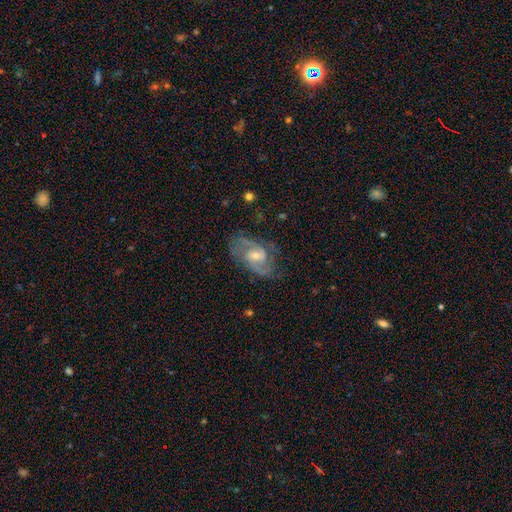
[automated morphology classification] Smooth or featured? featured or disk (81%)
Edge-on disk? no (96%)
Bar? no (45%, tied with weak)
Spiral arms? yes (93%)
Spiral winding? medium (50%)
Spiral arm count? 2 (70%)
Bulge size? moderate (49%)
Merging? none (71%)